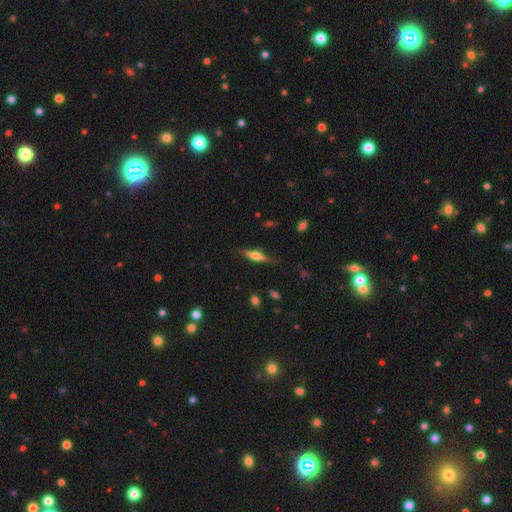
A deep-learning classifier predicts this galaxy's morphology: This appears to be a featured or disk galaxy (66%) viewed edge-on (96%) with a rounded central bulge (88%). Merging: none (84%).